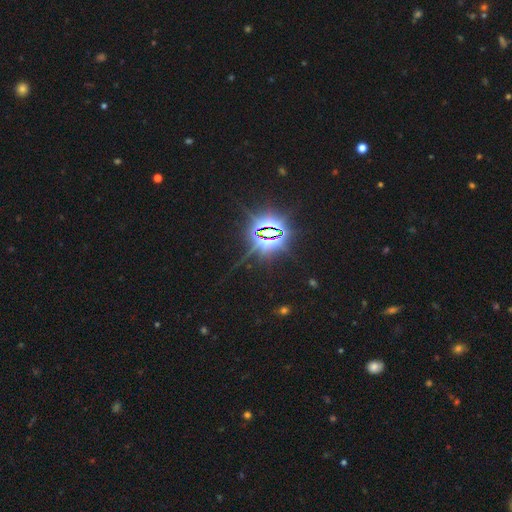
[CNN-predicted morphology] Smooth or featured?
  - star or artifact: 86% *
  - smooth: 8%
  - featured or disk: 6%